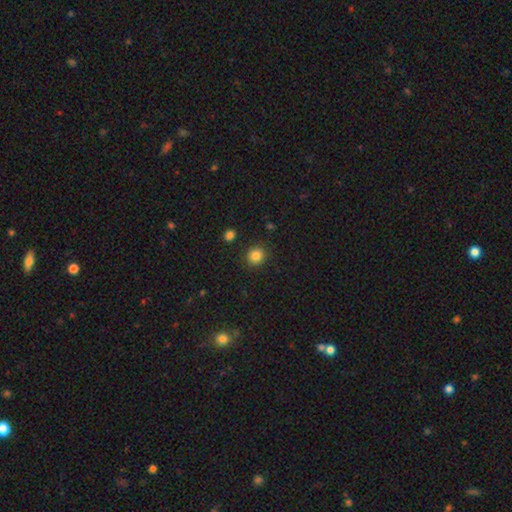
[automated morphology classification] smooth_or_featured: smooth (p=0.84) [alt: star or artifact p=0.11]
how_rounded: round (p=0.88) [alt: in between p=0.11]
merging: none (p=0.89) [alt: minor disturbance p=0.06]